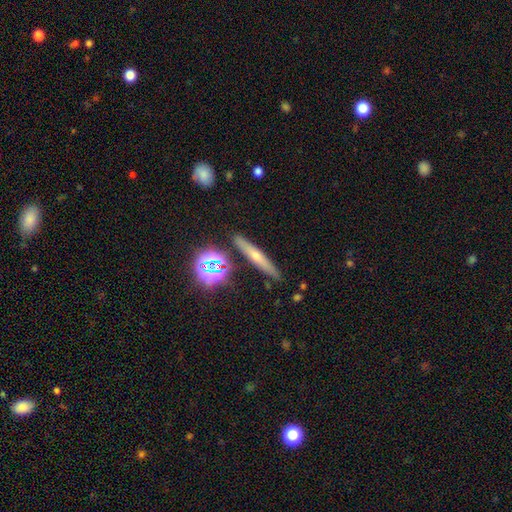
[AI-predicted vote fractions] A smooth galaxy with no disk features (45%).

Vote fractions:
- Smooth or featured? smooth: 45% / featured or disk: 40% / star or artifact: 16%
- Merging? none: 87% / minor disturbance: 8% / merger: 3% / major disturbance: 2%